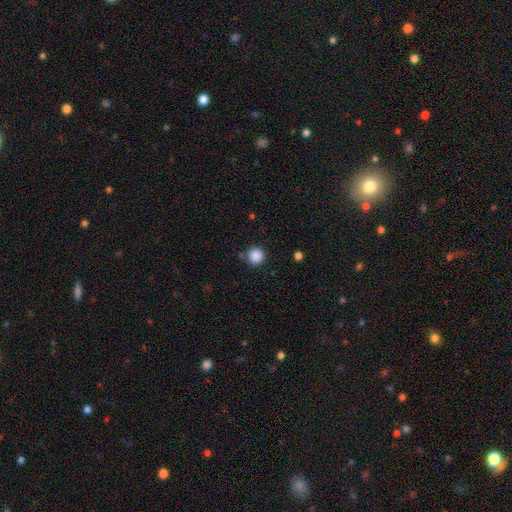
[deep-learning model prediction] smooth_or_featured: smooth (p=0.87) [alt: star or artifact p=0.10]
how_rounded: round (p=0.94) [alt: in between p=0.05]
merging: none (p=0.84) [alt: minor disturbance p=0.09]